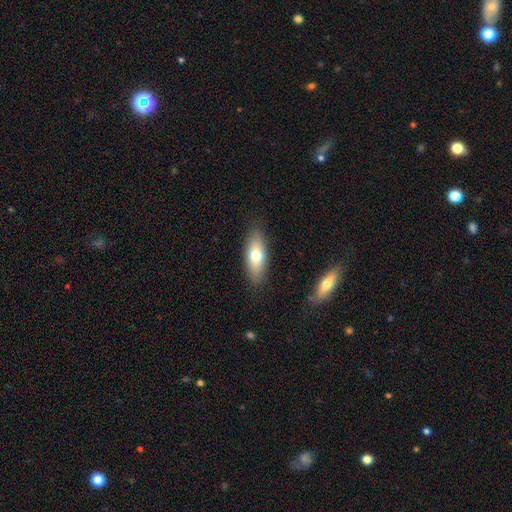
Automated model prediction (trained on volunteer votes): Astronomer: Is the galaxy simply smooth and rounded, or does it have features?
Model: smooth — 69%.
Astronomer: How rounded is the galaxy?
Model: in between — 72%.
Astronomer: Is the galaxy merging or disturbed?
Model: none — 86%.